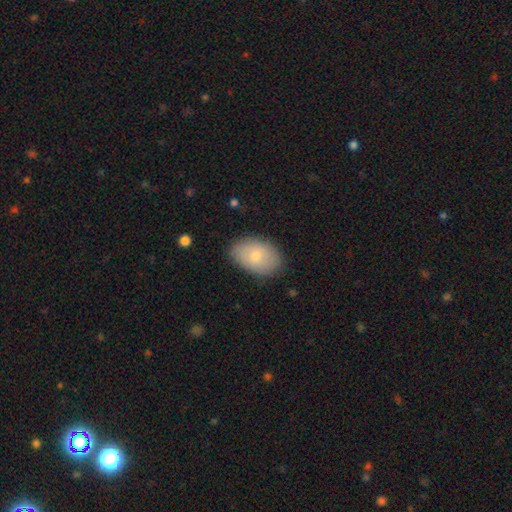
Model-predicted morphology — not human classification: Smooth or featured? smooth (73%)
How rounded? in between (88%)
Merging? none (84%)